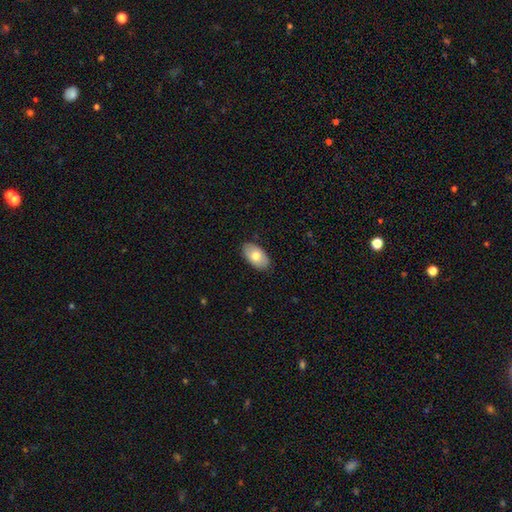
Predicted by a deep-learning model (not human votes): Smooth or featured: smooth — 74% (featured or disk — 21%)
How rounded: in between — 95% (round — 4%)
Merging: none — 87% (minor disturbance — 10%)